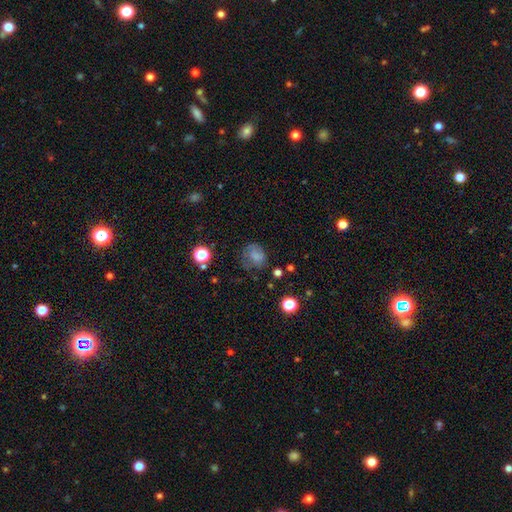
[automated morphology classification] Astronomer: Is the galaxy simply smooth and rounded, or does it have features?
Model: smooth — 68%.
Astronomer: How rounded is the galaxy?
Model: round — 63%.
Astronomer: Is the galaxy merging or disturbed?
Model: none — 53%.